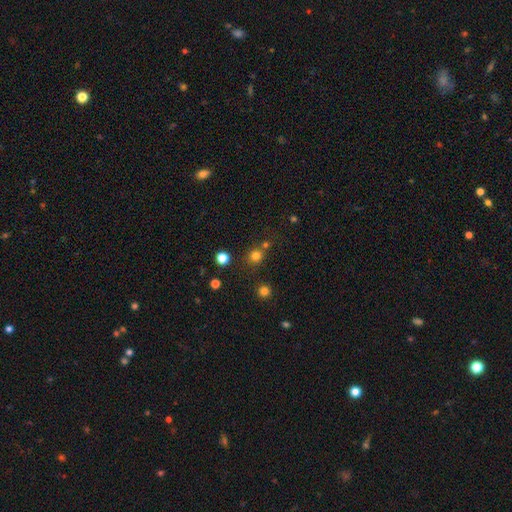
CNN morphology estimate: A smooth galaxy with no disk features (74%) that is round (85%).

Vote fractions:
- Smooth or featured? smooth: 74% / star or artifact: 19% / featured or disk: 6%
- How rounded? round: 85% / in between: 14% / cigar-shaped: 1%
- Merging? none: 70% / merger: 17% / minor disturbance: 9% / major disturbance: 4%